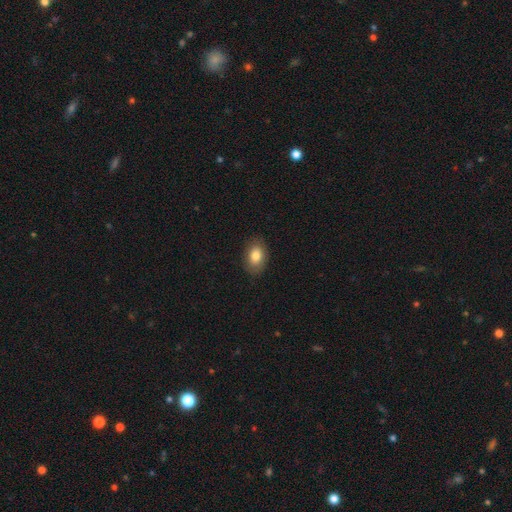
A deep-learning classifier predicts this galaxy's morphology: Smooth or featured?
  - smooth: 82% *
  - featured or disk: 10%
  - star or artifact: 8%
How rounded?
  - in between: 86% *
  - round: 13%
  - cigar-shaped: 1%
Merging?
  - none: 85% *
  - minor disturbance: 11%
  - major disturbance: 3%
  - merger: 1%